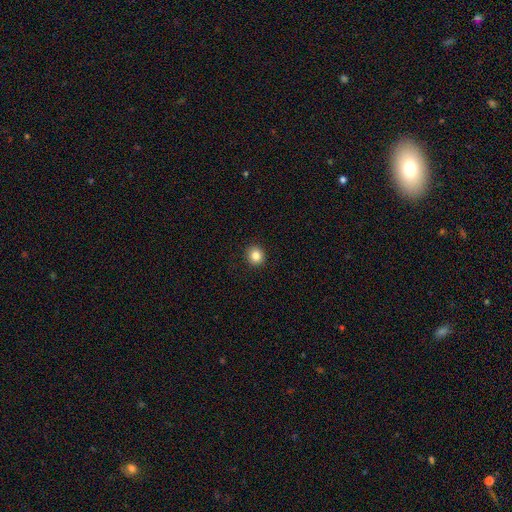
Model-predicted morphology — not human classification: This is clearly a smooth galaxy (85%). How rounded: clearly round (92%). Merging: clearly none (93%).